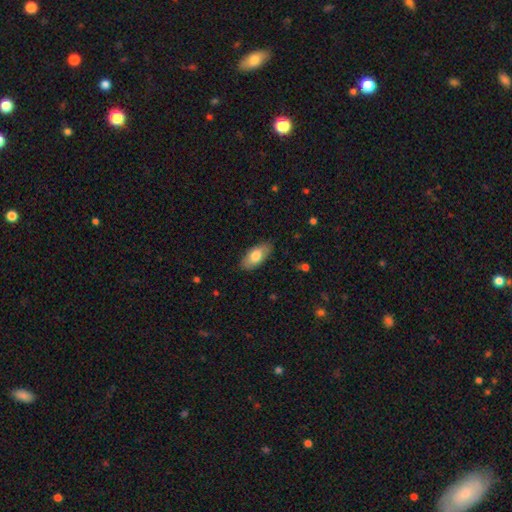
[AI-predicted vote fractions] Q: Smooth or featured?
A: smooth (76%); runner-up: featured or disk (18%)
Q: How rounded?
A: in between (89%); runner-up: cigar-shaped (8%)
Q: Merging?
A: none (86%); runner-up: minor disturbance (11%)